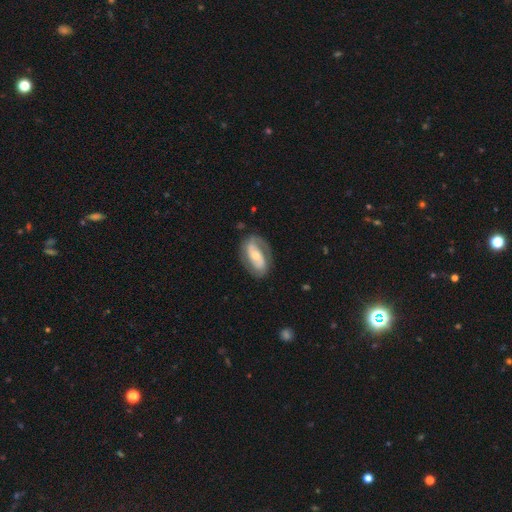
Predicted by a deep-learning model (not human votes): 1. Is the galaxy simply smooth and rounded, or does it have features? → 79% featured or disk, 16% smooth, 5% star or artifact.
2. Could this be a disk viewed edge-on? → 96% no, 4% yes.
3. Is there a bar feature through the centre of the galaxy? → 42% no, 30% weak, 28% strong.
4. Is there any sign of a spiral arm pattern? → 89% yes, 11% no.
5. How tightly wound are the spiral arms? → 42% medium, 34% tight, 24% loose.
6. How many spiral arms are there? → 83% 2, 7% can't tell, 6% 1, 2% 3, 1% 4, 1% more than 4.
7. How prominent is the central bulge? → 50% moderate, 44% small, 4% large, 1% none, 1% dominant.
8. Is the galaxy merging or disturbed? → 76% none, 15% minor disturbance, 7% major disturbance, 1% merger.